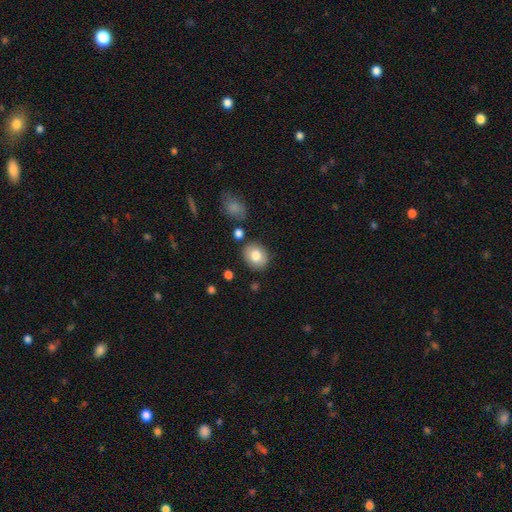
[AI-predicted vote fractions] Smooth or featured? smooth (80%)
How rounded? round (57%)
Merging? none (83%)